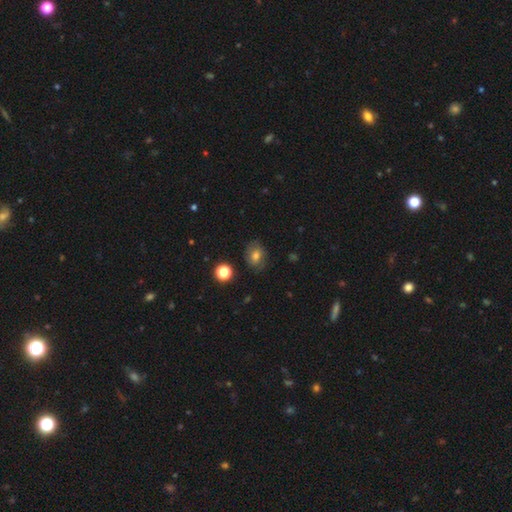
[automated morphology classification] Smooth or featured? Predicted: smooth (p=0.67). How rounded? Predicted: in between (p=0.59). Merging? Predicted: none (p=0.77).